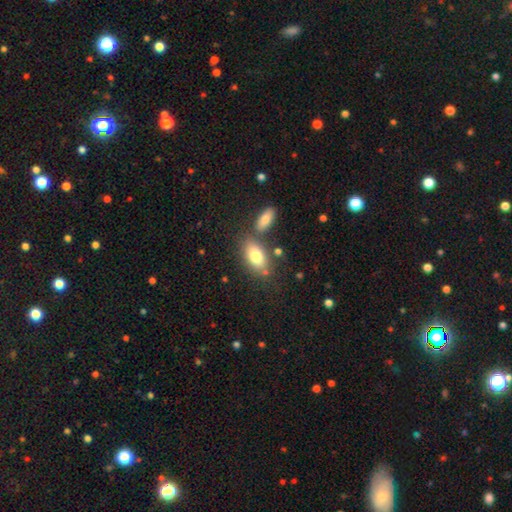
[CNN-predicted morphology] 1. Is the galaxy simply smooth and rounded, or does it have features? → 78% smooth, 14% featured or disk, 7% star or artifact.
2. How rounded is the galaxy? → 88% in between, 6% cigar-shaped, 6% round.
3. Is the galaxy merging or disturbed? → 64% none, 19% merger, 13% minor disturbance, 5% major disturbance.